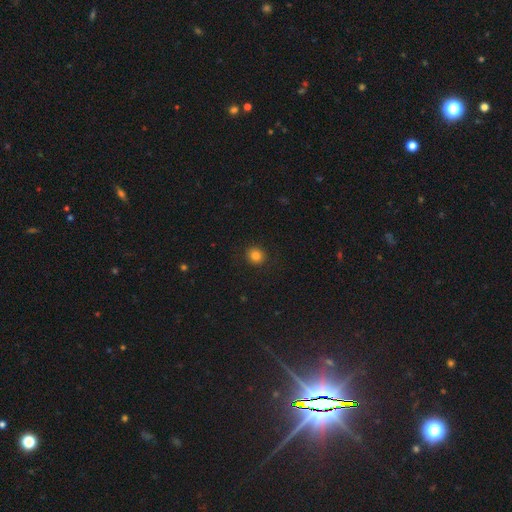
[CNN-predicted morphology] smooth-or-featured: smooth: 83% | star or artifact: 12% | featured or disk: 5%
  how-rounded: round: 86% | in between: 13% | cigar-shaped: 1%
  merging: none: 90% | minor disturbance: 7% | major disturbance: 2% | merger: 1%